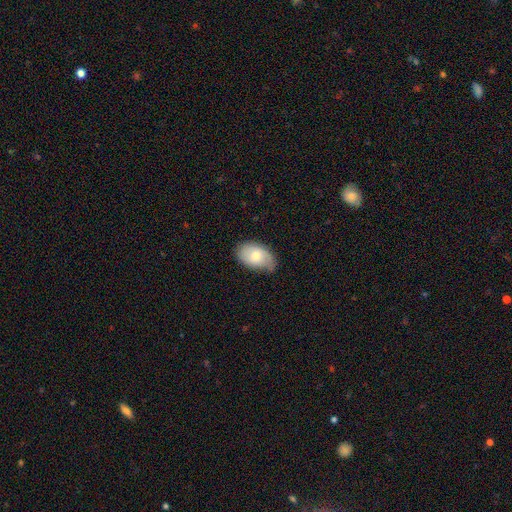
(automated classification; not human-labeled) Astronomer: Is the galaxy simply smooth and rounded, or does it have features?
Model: smooth — 70%.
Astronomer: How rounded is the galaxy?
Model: in between — 91%.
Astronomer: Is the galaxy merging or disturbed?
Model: none — 59%.